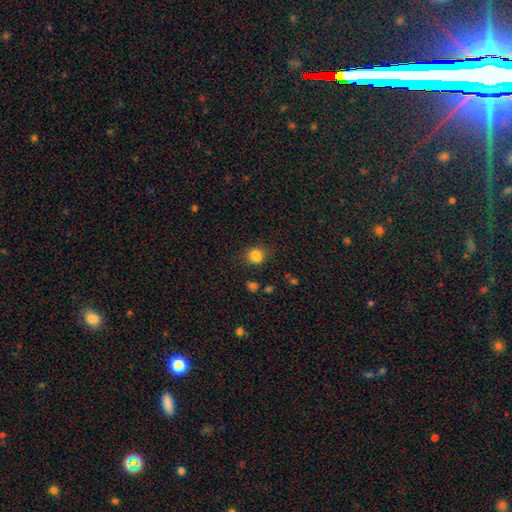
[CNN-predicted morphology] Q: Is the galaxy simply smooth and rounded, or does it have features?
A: smooth — 81%.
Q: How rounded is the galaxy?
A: round — 64%.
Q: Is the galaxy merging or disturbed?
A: none — 70%.